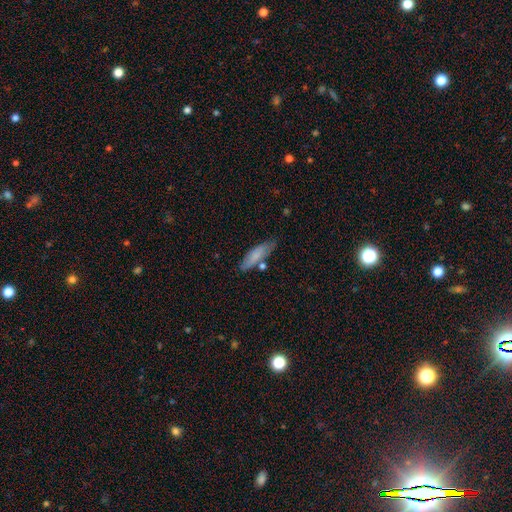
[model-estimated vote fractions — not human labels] A smooth galaxy with no disk features (76%) that is cigar-shaped (54%).

Vote fractions:
- Smooth or featured? smooth: 76% / featured or disk: 17% / star or artifact: 6%
- How rounded? cigar-shaped: 54% / in between: 45% / round: 2%
- Merging? none: 65% / minor disturbance: 22% / merger: 9% / major disturbance: 5%